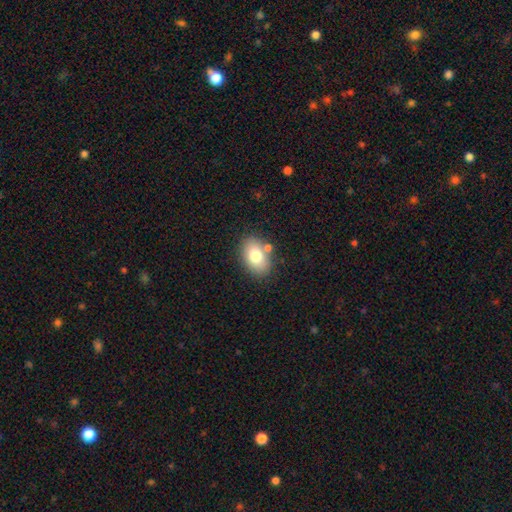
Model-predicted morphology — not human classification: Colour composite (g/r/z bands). It shows a smooth galaxy with no disk features (77%) that is in between round and cigar-shaped (82%). Merging: none (76%).